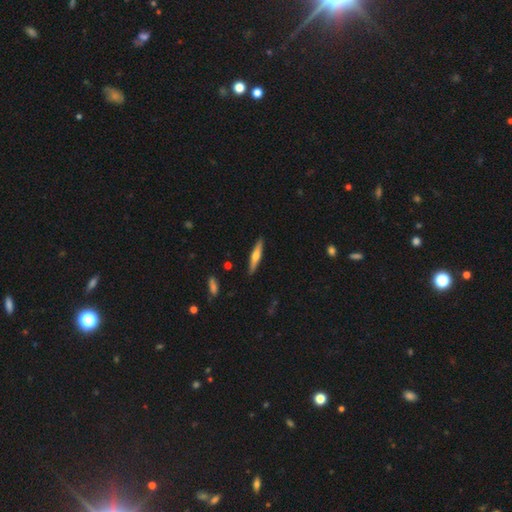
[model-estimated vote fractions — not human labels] smooth_or_featured: smooth (p=0.49) [alt: featured or disk p=0.46]
merging: none (p=0.90) [alt: minor disturbance p=0.08]